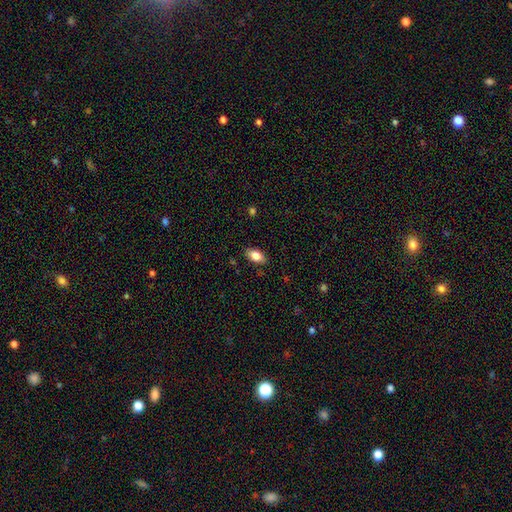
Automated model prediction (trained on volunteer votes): A smooth galaxy with no disk features (82%) that is in between round and cigar-shaped (91%).

Vote fractions:
- Smooth or featured? smooth: 82% / featured or disk: 11% / star or artifact: 7%
- How rounded? in between: 91% / round: 5% / cigar-shaped: 4%
- Merging? none: 84% / minor disturbance: 12% / major disturbance: 2% / merger: 1%